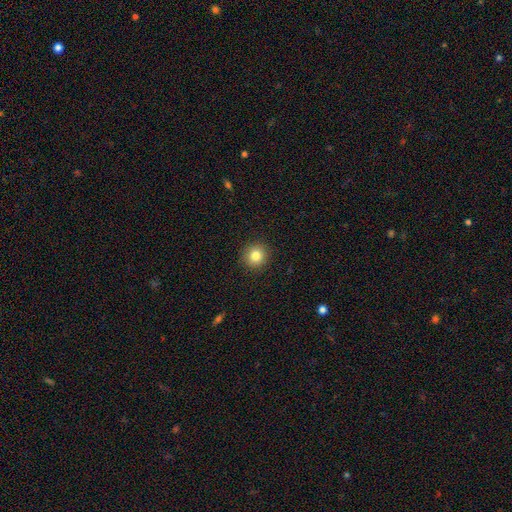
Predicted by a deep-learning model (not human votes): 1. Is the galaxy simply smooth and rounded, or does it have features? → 83% smooth, 11% star or artifact, 6% featured or disk.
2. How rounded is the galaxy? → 93% round, 6% in between, 1% cigar-shaped.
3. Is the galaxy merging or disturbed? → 92% none, 5% minor disturbance, 2% major disturbance, 1% merger.